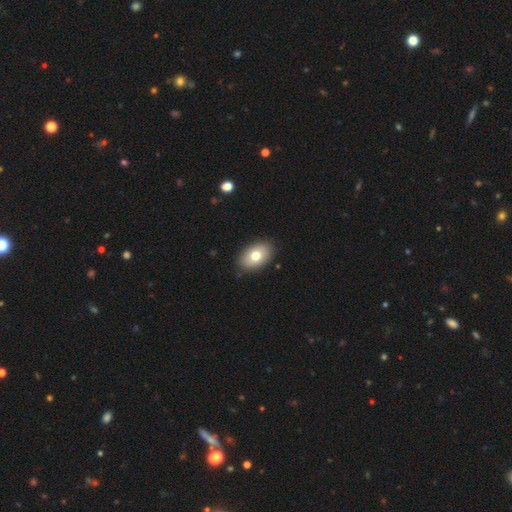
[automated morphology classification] type=smooth (75%); roundness=in between (90%); merging=none (88%).